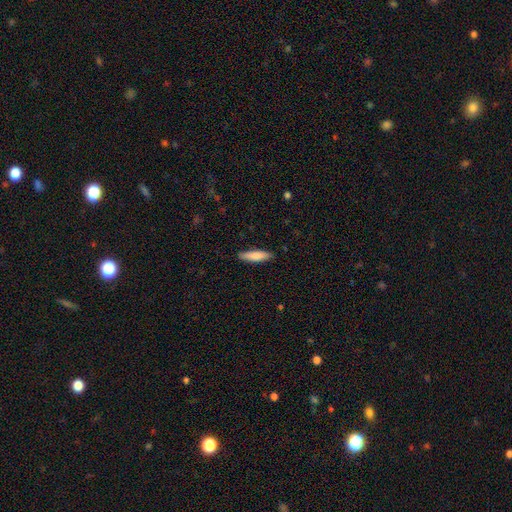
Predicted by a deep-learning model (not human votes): Smooth or featured?
  - smooth: 82% *
  - featured or disk: 13%
  - star or artifact: 5%
How rounded?
  - cigar-shaped: 68% *
  - in between: 31%
  - round: 1%
Merging?
  - none: 89% *
  - minor disturbance: 9%
  - major disturbance: 2%
  - merger: 1%